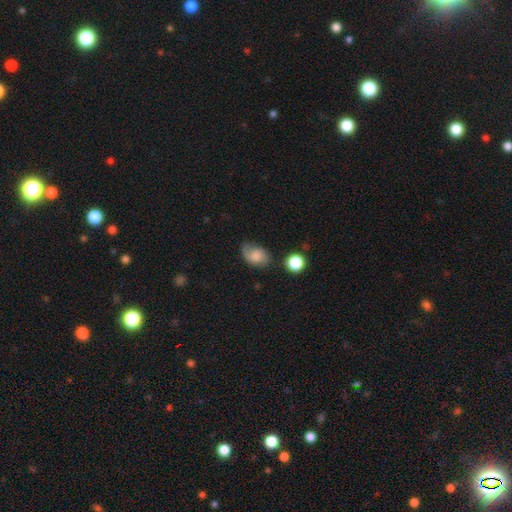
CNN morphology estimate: A smooth galaxy with no disk features (59%) that is in between round and cigar-shaped (78%). Merging: none (52%).